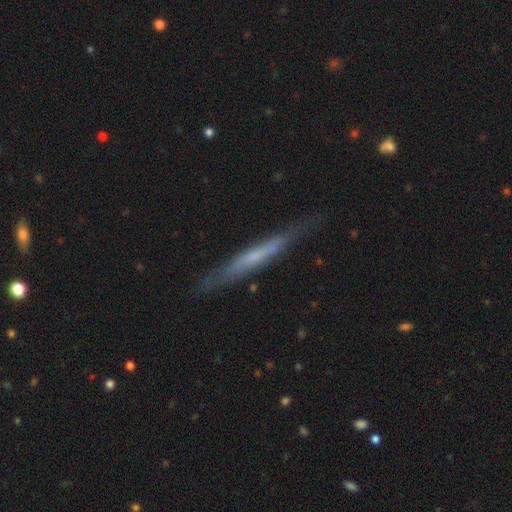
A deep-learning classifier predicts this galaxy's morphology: Overall: featured or disk (55%; smooth 38%). Edge-on disk: yes (92%). Edge-on bulge: none (74%). Merging: none (81%).